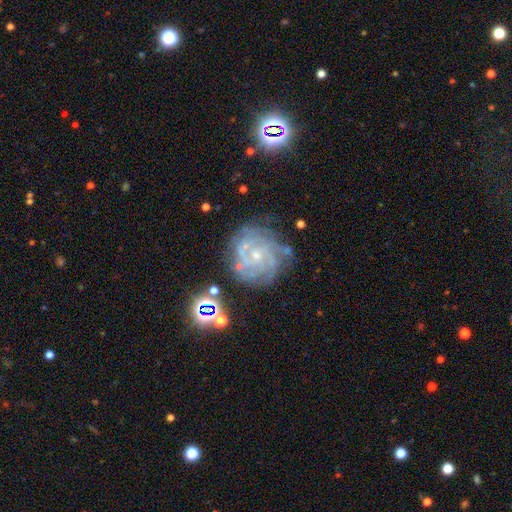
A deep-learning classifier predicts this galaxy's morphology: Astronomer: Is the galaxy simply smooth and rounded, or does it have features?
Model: featured or disk — 83%.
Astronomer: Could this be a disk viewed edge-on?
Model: no — 98%.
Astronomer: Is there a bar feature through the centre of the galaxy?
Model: no — 70%.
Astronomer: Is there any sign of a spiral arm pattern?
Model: yes — 94%.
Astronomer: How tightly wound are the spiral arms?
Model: tight — 66%.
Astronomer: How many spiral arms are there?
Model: can't tell — 30% (runner-up: 4, 21%).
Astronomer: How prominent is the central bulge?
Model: small — 74%.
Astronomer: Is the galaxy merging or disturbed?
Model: none — 67%.